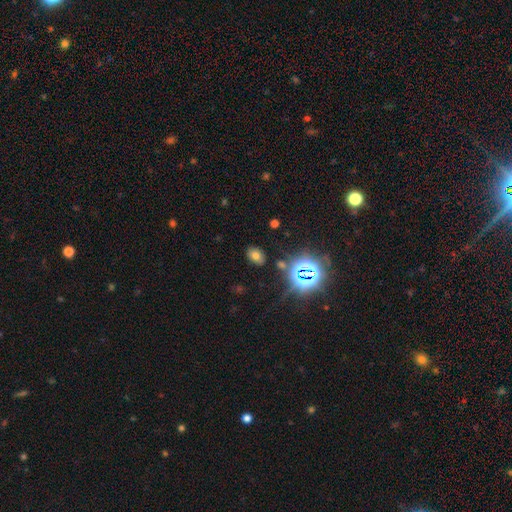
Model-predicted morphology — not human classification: This appears to be a smooth galaxy with no disk features (59%) that is in between round and cigar-shaped (80%). Merging: none (83%).